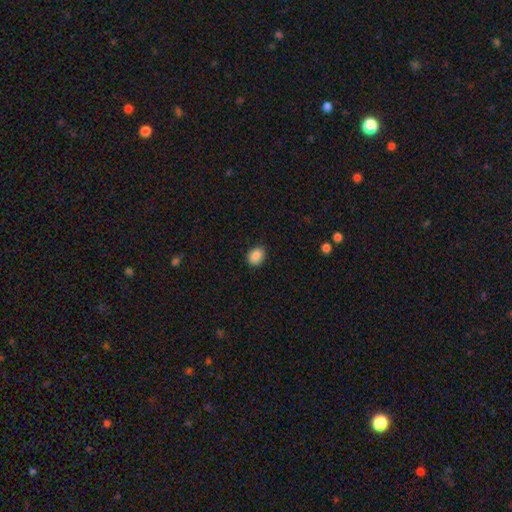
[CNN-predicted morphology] Smooth or featured? Predicted: smooth (p=0.88). How rounded? Predicted: in between (p=0.56). Merging? Predicted: none (p=0.86).